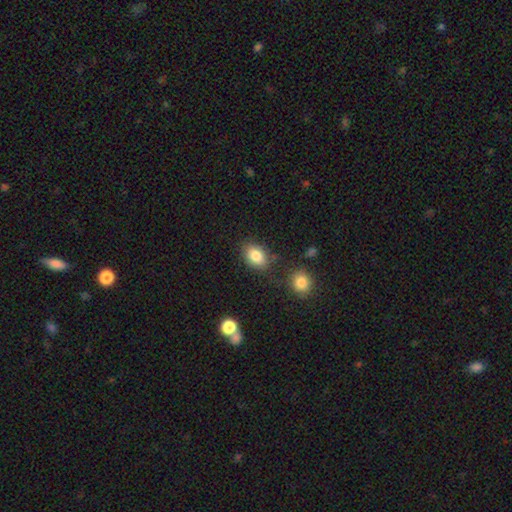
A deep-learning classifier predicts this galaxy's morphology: Overall: smooth (84%). How rounded: in between (81%). Merging: none (74%).